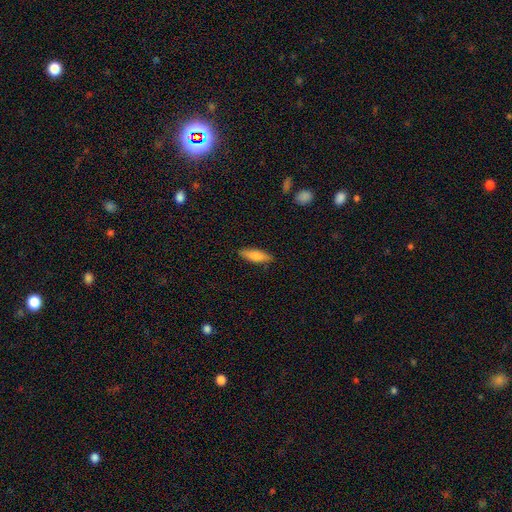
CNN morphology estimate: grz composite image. It shows a smooth galaxy with no disk features (74%) that is cigar-shaped (51%). Merging: none (88%).